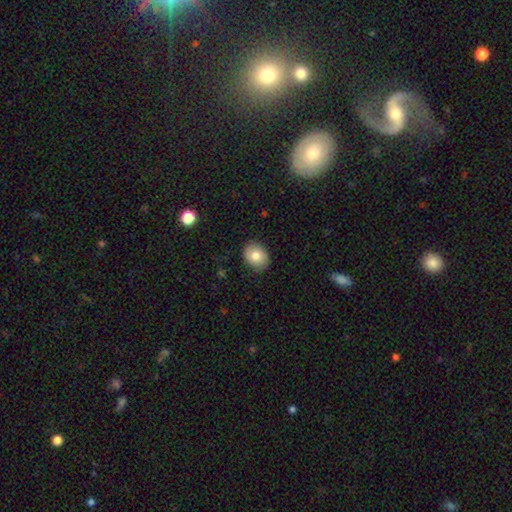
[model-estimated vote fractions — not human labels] Morphology: type=smooth (80%); roundness=in between (50%); merging=none (86%).